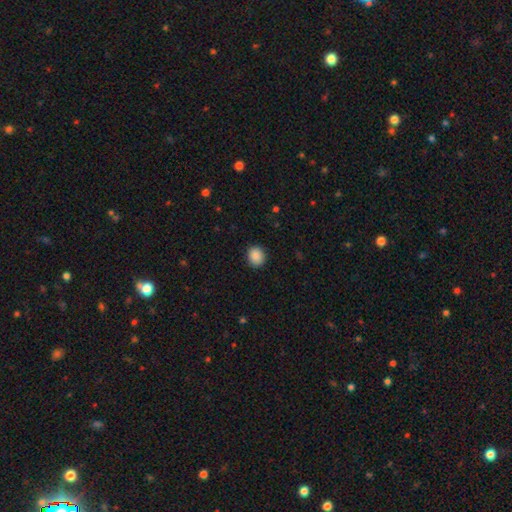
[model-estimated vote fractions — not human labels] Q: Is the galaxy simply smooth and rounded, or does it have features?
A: smooth — 88%.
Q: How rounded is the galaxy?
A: round — 78%.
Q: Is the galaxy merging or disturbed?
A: none — 89%.